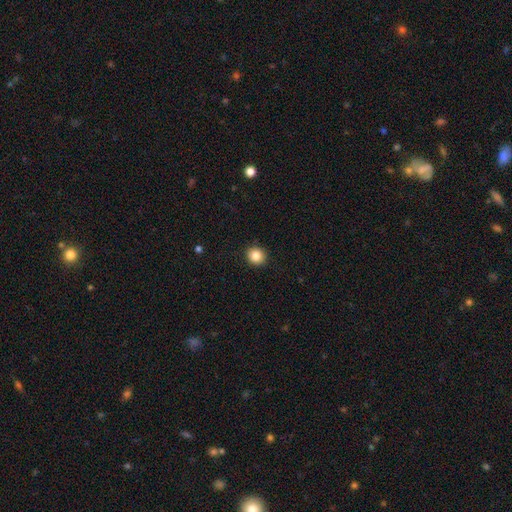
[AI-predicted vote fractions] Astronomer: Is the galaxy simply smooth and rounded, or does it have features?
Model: smooth — 85%.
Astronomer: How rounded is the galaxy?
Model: round — 86%.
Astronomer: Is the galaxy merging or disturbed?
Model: none — 92%.